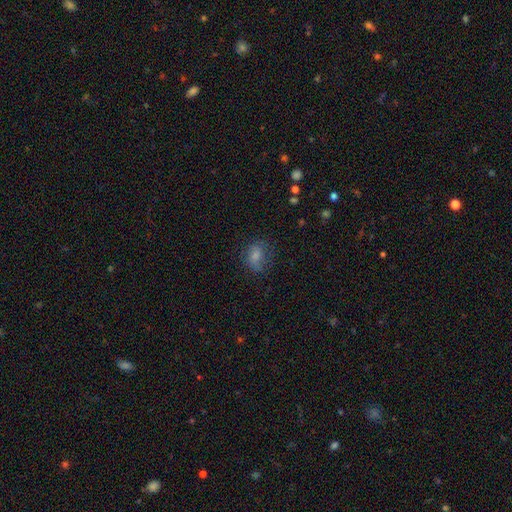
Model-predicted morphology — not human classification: Overall: smooth (74%). How rounded: in between (60%; round 38%). Merging: none (63%; minor disturbance 24%).